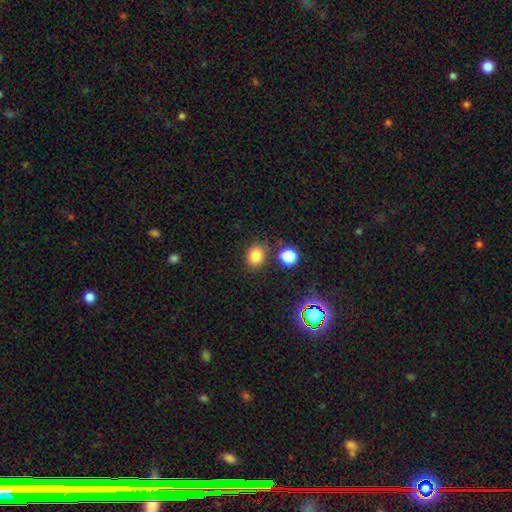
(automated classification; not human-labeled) Smooth or featured? smooth (80%)
How rounded? round (59%)
Merging? none (78%)